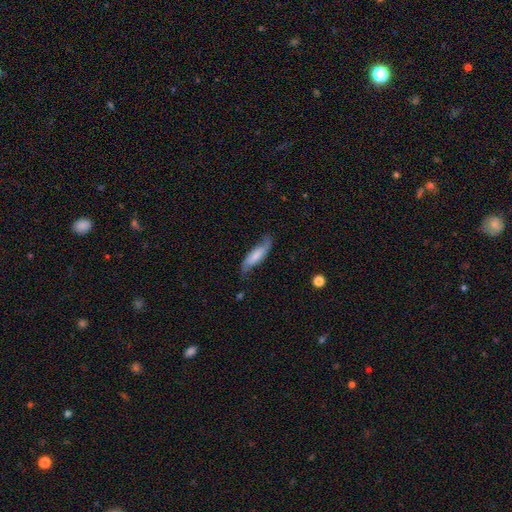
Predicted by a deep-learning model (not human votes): Smooth or featured: smooth — 49% (featured or disk — 44%)
Merging: none — 65% (minor disturbance — 25%)